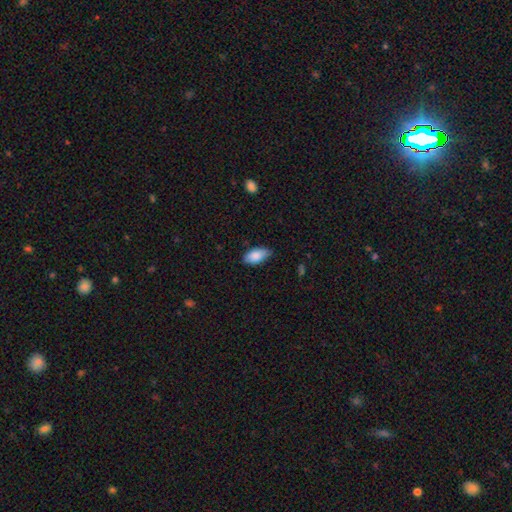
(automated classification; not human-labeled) The model was most divided on "merging": none: 71%, minor disturbance: 25%, major disturbance: 3%, merger: 1%. More confident: how rounded — in between (93%); smooth or featured — smooth (87%).